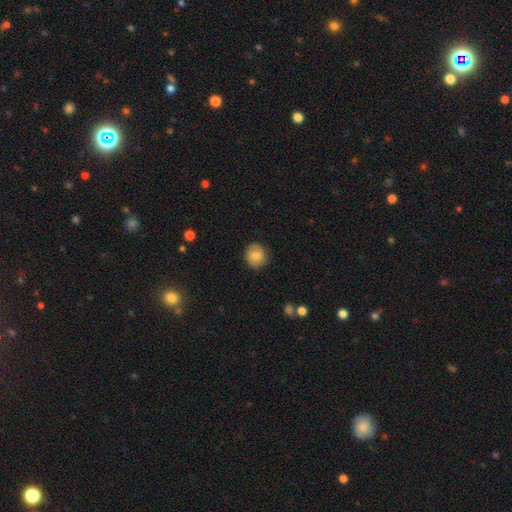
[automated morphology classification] This is likely a smooth galaxy (76%). How rounded: likely round (76%). Merging: clearly none (82%).